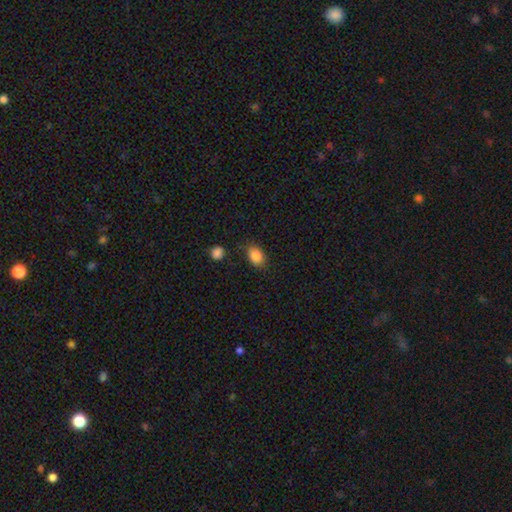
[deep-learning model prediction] smooth-or-featured: smooth: 86% | star or artifact: 9% | featured or disk: 5%
  how-rounded: in between: 75% | round: 24% | cigar-shaped: 1%
  merging: none: 80% | minor disturbance: 14% | major disturbance: 3% | merger: 3%